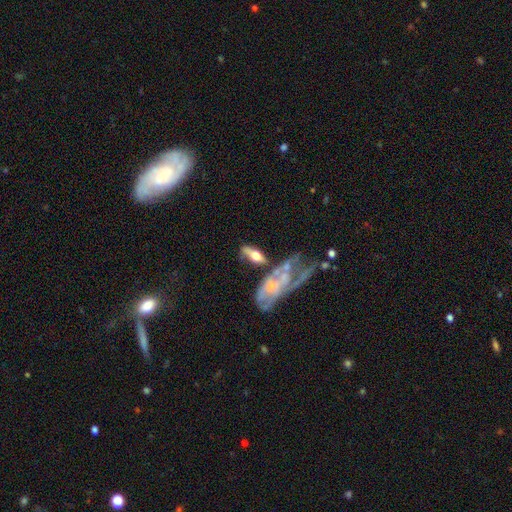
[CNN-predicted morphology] A featured or disk galaxy (56%) viewed edge-on (54%).

Vote fractions:
- Smooth or featured? featured or disk: 56% / smooth: 37% / star or artifact: 6%
- Edge-on disk? yes: 54% / no: 46%
- Merging? none: 39% / merger: 27% / minor disturbance: 20% / major disturbance: 14%